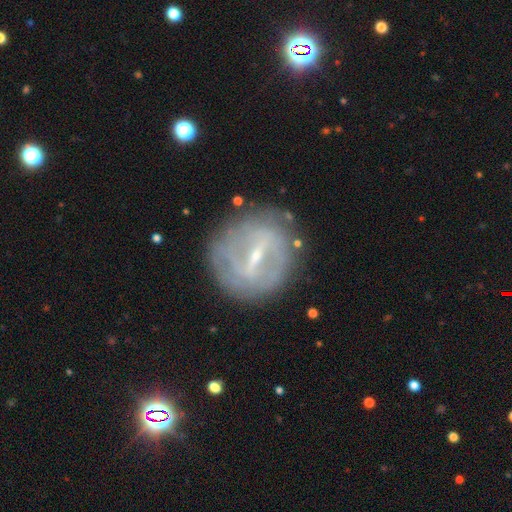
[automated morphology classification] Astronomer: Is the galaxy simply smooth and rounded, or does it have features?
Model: featured or disk — 79%.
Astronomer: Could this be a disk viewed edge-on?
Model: no — 91%.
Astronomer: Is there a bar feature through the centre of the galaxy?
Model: strong — 63%.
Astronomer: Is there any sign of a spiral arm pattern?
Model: yes — 55% (runner-up: no, 45%).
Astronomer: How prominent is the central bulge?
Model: small — 74%.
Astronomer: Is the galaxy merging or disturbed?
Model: none — 80%.